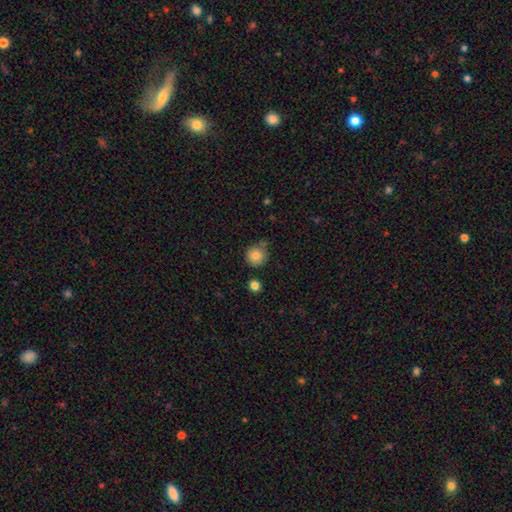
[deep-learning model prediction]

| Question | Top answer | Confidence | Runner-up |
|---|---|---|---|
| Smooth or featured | smooth | 85% | star or artifact (9%) |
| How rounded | round | 91% | in between (8%) |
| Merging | none | 69% | minor disturbance (18%) |